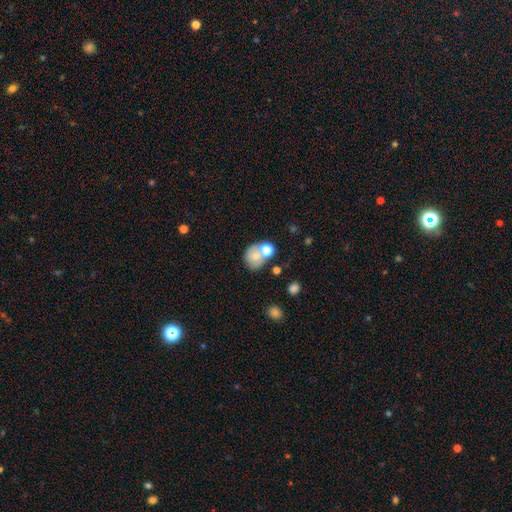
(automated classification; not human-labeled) A smooth galaxy with no disk features (64%) that is round (60%). Merging: none (41%).